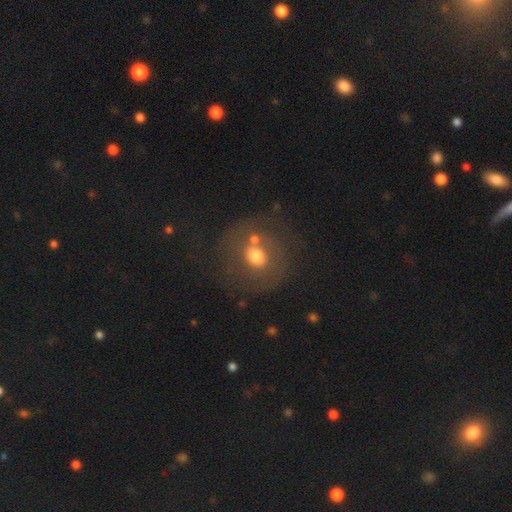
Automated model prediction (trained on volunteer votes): The model was most divided on "smooth or featured": smooth: 52%, featured or disk: 34%, star or artifact: 14%. More confident: how rounded — round (72%); merging — none (64%).